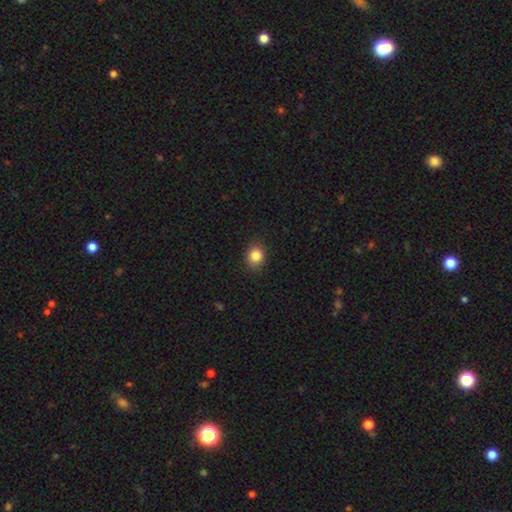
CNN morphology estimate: Q: Smooth or featured?
A: smooth (85%); runner-up: star or artifact (10%)
Q: How rounded?
A: round (61%); runner-up: in between (38%)
Q: Merging?
A: none (88%); runner-up: minor disturbance (9%)